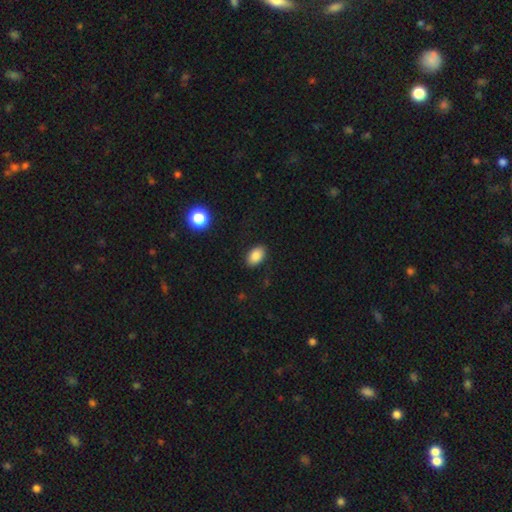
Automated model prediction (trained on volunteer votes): Smooth or featured: smooth — 87% (star or artifact — 9%)
How rounded: in between — 90% (round — 9%)
Merging: none — 88% (minor disturbance — 8%)